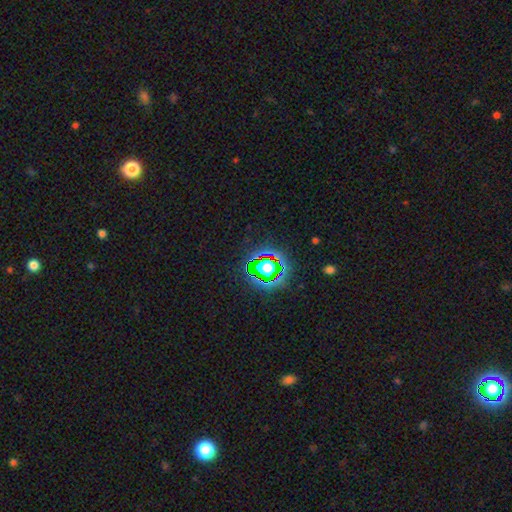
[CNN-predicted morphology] Smooth or featured: star or artifact — 77% (smooth — 14%)